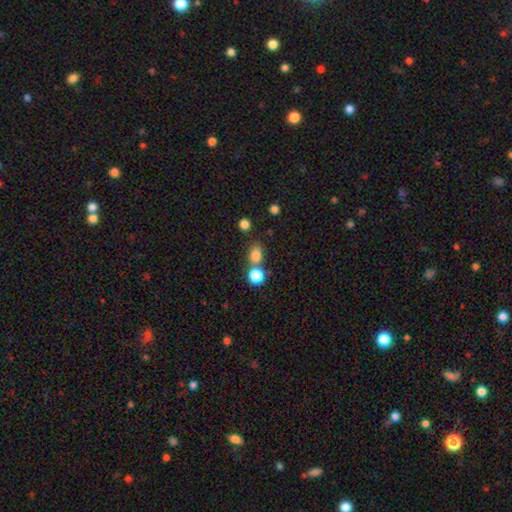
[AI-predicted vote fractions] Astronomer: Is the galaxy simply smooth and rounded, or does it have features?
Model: smooth — 79%.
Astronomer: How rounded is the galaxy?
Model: in between — 57% (runner-up: round, 41%).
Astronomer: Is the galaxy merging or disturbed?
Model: none — 59%.